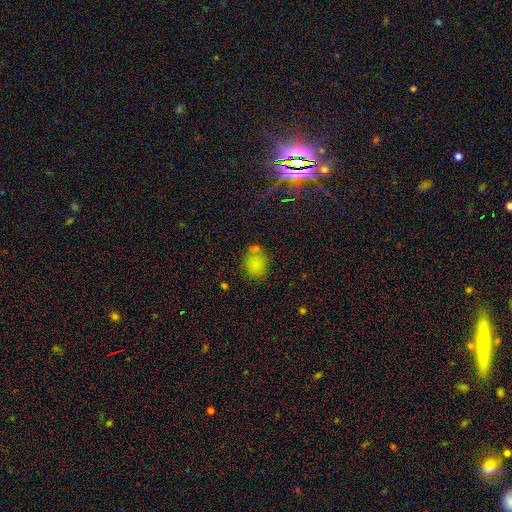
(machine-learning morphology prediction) A smooth galaxy with no disk features (76%) that is round (51%).

Vote fractions:
- Smooth or featured? smooth: 76% / star or artifact: 17% / featured or disk: 7%
- How rounded? round: 51% / in between: 48% / cigar-shaped: 1%
- Merging? none: 64% / merger: 16% / minor disturbance: 15% / major disturbance: 5%